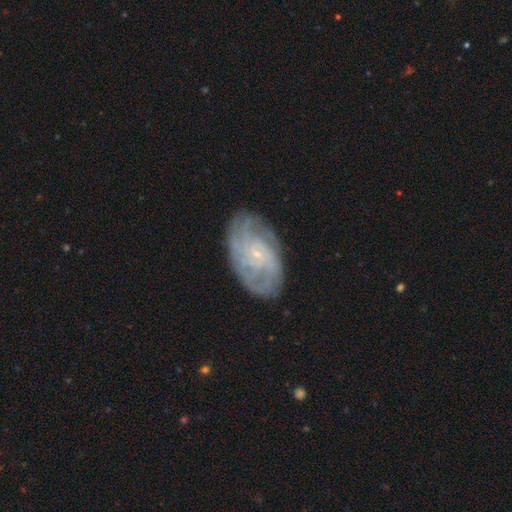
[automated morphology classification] smooth-or-featured: featured or disk: 72% | smooth: 19% | star or artifact: 9%
  disk-edge-on: no: 95% | yes: 5%
    bar: no: 76% | weak: 20% | strong: 4%
    has-spiral-arms: yes: 90% | no: 10%
      spiral-winding: tight: 65% | medium: 27% | loose: 8%
      spiral-arm-count: can't tell: 44% | 2: 15% | 4: 14% | 3: 13% | more than 4: 8% | 1: 6%
    bulge-size: small: 81% | moderate: 13% | none: 4% | large: 1% | dominant: 1%
  merging: none: 79% | minor disturbance: 15% | major disturbance: 4% | merger: 1%